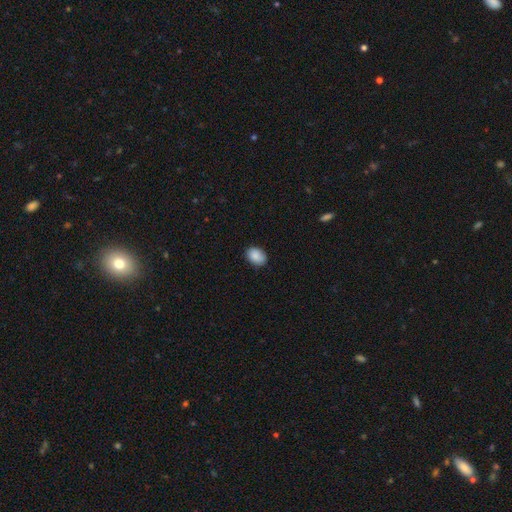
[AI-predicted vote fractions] Smooth or featured?
  - smooth: 87% *
  - star or artifact: 7%
  - featured or disk: 5%
How rounded?
  - in between: 73% *
  - round: 26%
  - cigar-shaped: 1%
Merging?
  - none: 83% *
  - minor disturbance: 14%
  - major disturbance: 2%
  - merger: 1%